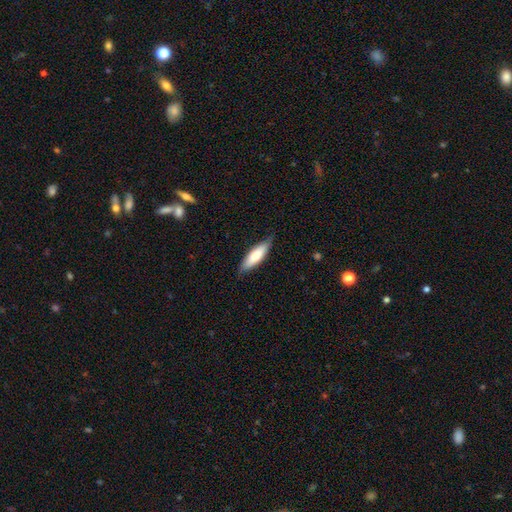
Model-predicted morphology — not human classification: A smooth galaxy with no disk features (72%) that is cigar-shaped (52%). Merging: none (81%).